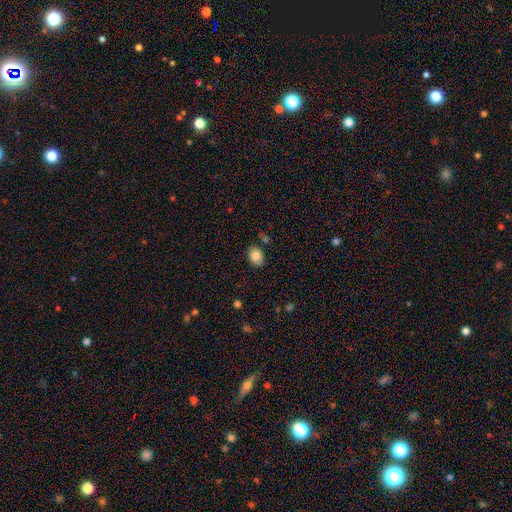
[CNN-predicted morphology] Smooth or featured?
  - smooth: 85% *
  - star or artifact: 8%
  - featured or disk: 7%
How rounded?
  - in between: 69% *
  - round: 30%
  - cigar-shaped: 1%
Merging?
  - none: 77% *
  - minor disturbance: 17%
  - major disturbance: 3%
  - merger: 3%